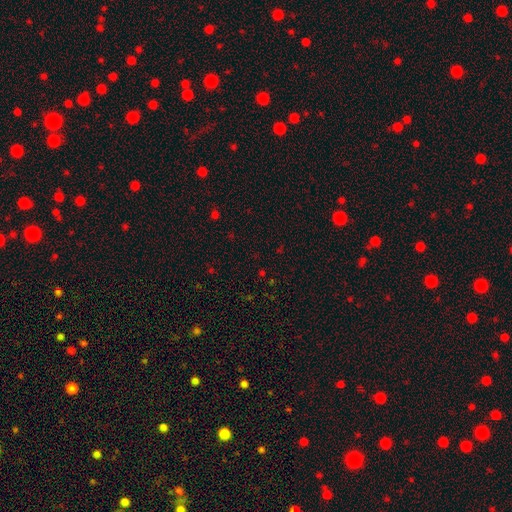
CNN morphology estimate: Overall: star or artifact (60%; smooth 33%).